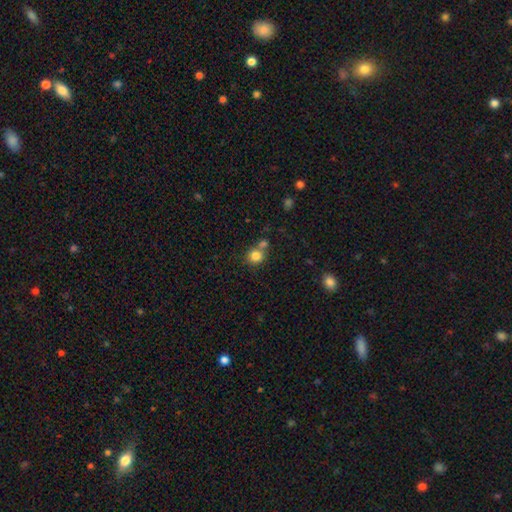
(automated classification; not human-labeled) Smooth or featured: smooth — 81% (star or artifact — 11%)
How rounded: round — 86% (in between — 13%)
Merging: none — 56% (merger — 31%)